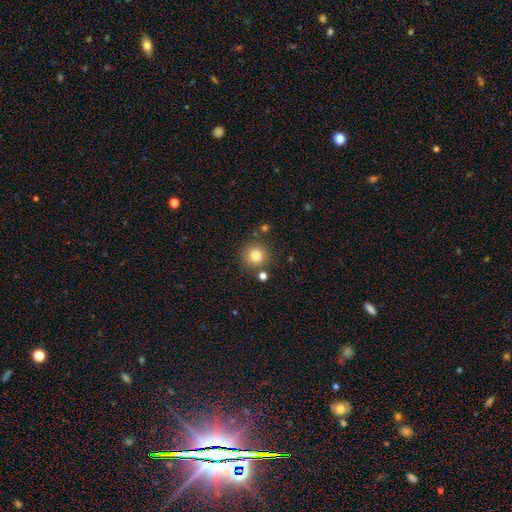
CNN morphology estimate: Smooth or featured?
  - smooth: 82% *
  - star or artifact: 12%
  - featured or disk: 7%
How rounded?
  - round: 94% *
  - in between: 5%
  - cigar-shaped: 1%
Merging?
  - none: 82% *
  - minor disturbance: 8%
  - merger: 7%
  - major disturbance: 3%